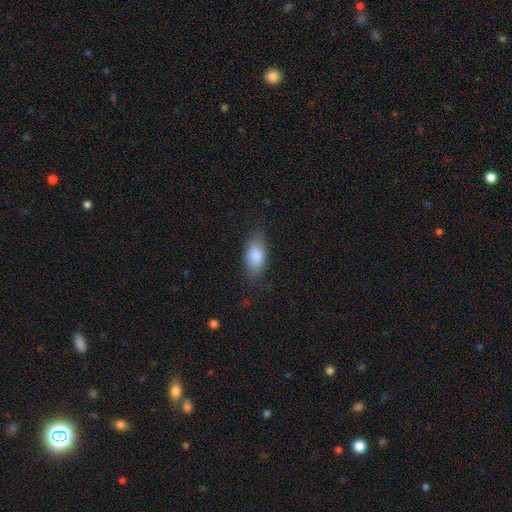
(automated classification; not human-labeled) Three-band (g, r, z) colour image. It shows a smooth galaxy with no disk features (84%) that is in between round and cigar-shaped (87%). Merging: none (80%).